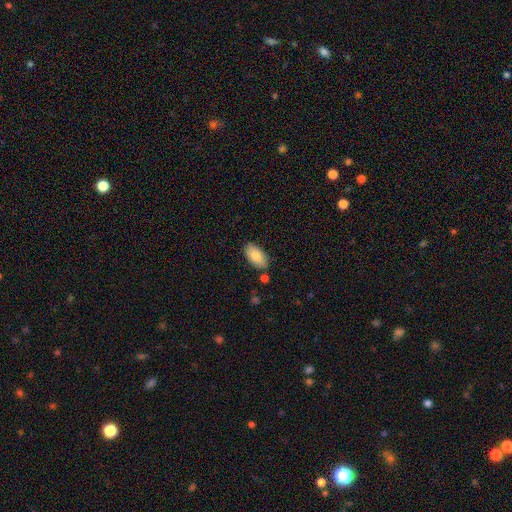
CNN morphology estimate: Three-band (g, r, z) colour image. It shows a smooth galaxy with no disk features (86%) that is in between round and cigar-shaped (95%). Merging: none (82%).